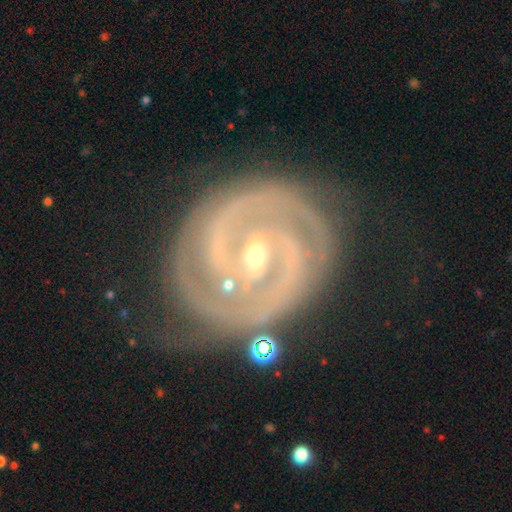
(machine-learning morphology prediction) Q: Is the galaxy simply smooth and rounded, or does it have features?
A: featured or disk — 91%.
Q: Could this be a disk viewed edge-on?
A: no — 97%.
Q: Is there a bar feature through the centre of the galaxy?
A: strong — 42%.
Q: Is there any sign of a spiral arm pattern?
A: yes — 98%.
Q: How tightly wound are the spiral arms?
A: tight — 74%.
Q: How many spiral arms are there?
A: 2 — 70%.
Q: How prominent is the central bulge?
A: small — 62%.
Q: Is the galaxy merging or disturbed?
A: none — 76%.